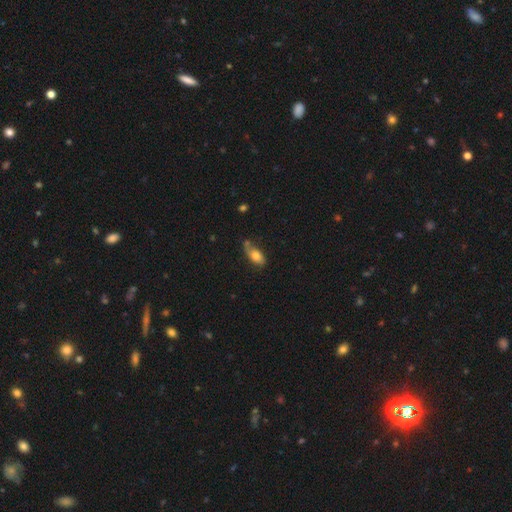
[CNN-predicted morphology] smooth-or-featured: smooth: 73% | featured or disk: 20% | star or artifact: 8%
  how-rounded: in between: 86% | cigar-shaped: 10% | round: 5%
  merging: none: 51% | minor disturbance: 28% | merger: 11% | major disturbance: 9%